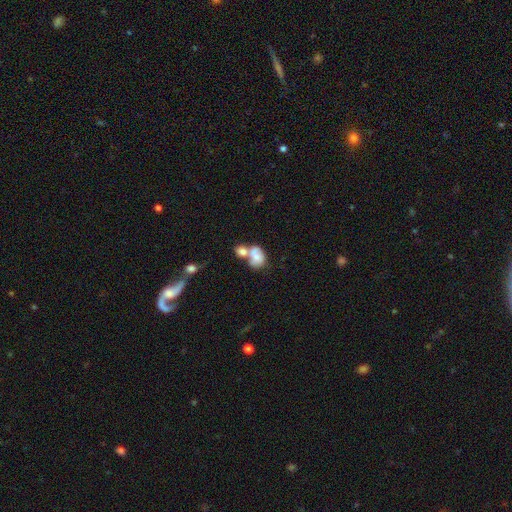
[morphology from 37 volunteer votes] Q: Smooth or featured?
A: smooth (68%); runner-up: featured or disk (27%)
Q: How rounded?
A: in between (76%); runner-up: round (24%)
Q: Merging?
A: merger (74%); runner-up: none (17%)